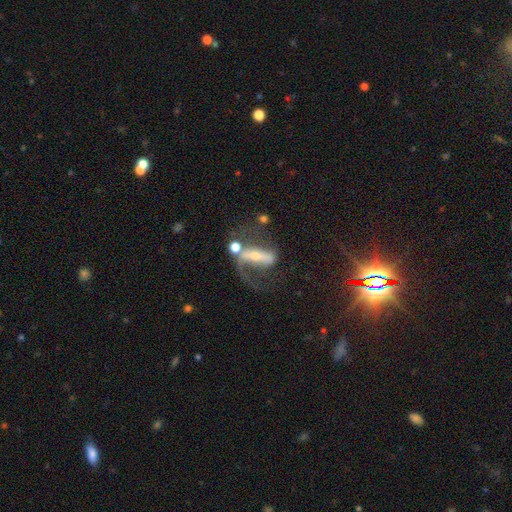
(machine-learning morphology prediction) A featured or disk galaxy (69%) with a strong bar (52%), spiral arms (71%) and a small central bulge (47%). Merging: major disturbance (41%).